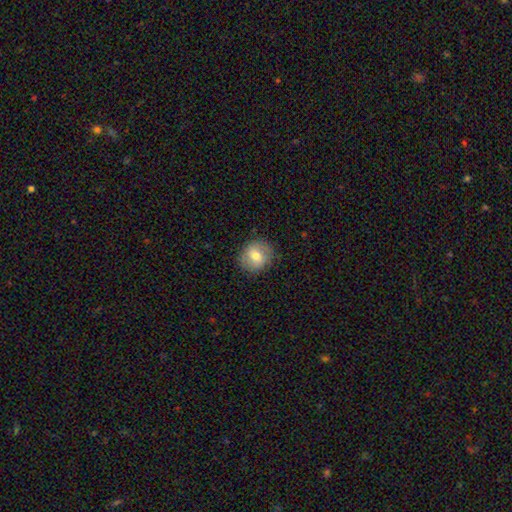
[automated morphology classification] Smooth or featured? Predicted: smooth (p=0.68). How rounded? Predicted: round (p=0.78). Merging? Predicted: none (p=0.83).